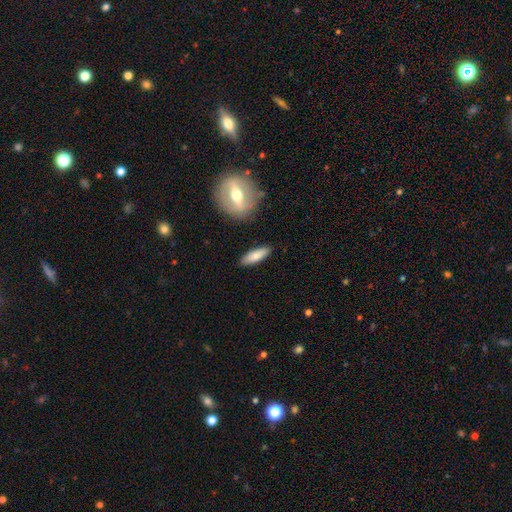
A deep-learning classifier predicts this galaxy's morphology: Smooth or featured? smooth (78%)
How rounded? cigar-shaped (50%)
Merging? none (85%)